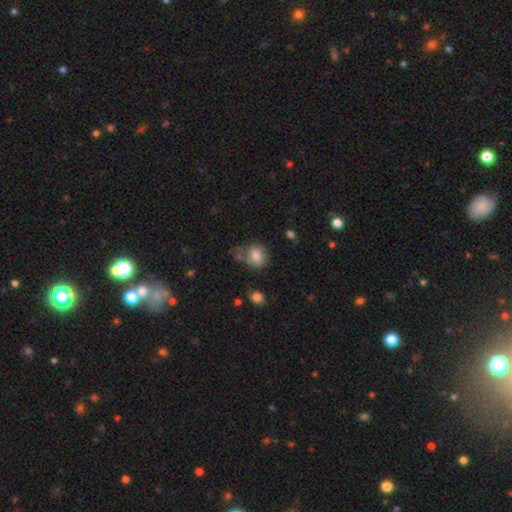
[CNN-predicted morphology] type=smooth (79%); roundness=round (54%); merging=none (51%).